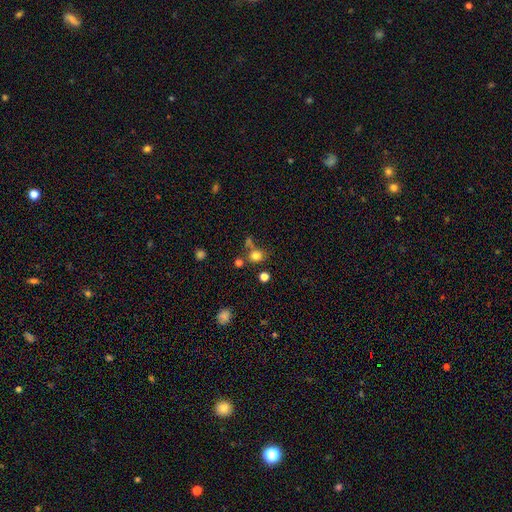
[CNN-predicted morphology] type=smooth (77%); roundness=round (71%); merging=none (61%).